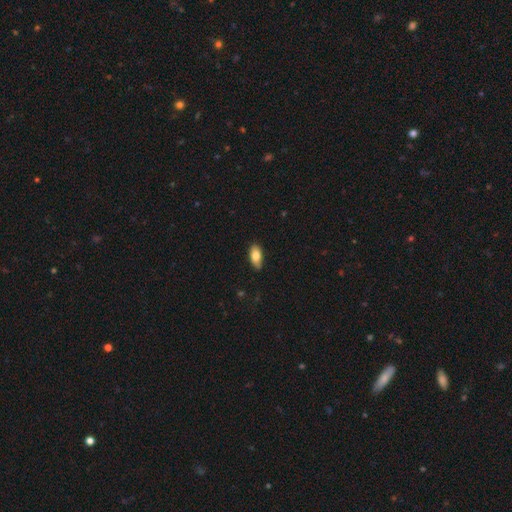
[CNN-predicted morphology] smooth_or_featured: smooth (p=0.80) [alt: featured or disk p=0.13]
how_rounded: in between (p=0.89) [alt: cigar-shaped p=0.08]
merging: none (p=0.84) [alt: minor disturbance p=0.13]